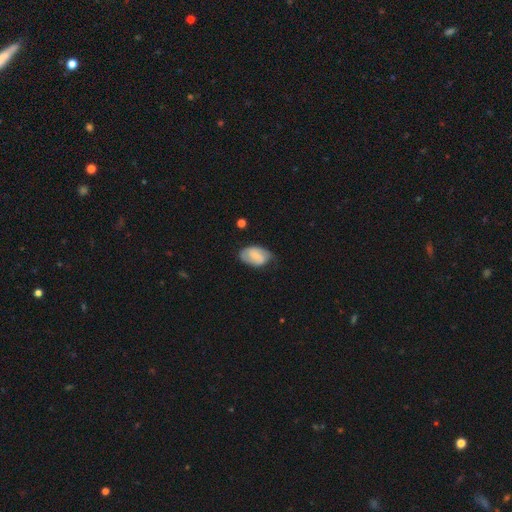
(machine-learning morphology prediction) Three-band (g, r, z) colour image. It shows a featured or disk galaxy (49%). Merging: none (62%).